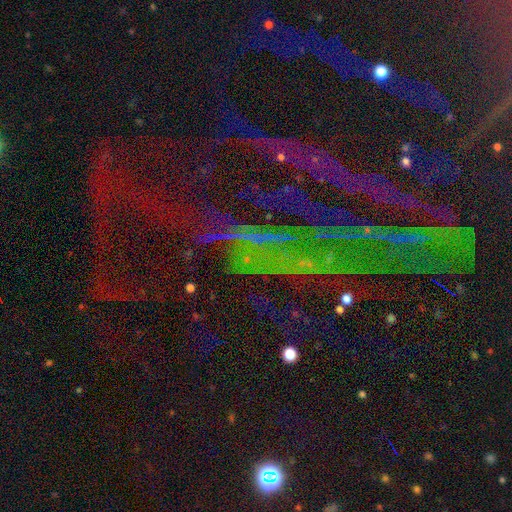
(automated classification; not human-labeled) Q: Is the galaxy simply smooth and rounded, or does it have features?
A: star or artifact — 84%.